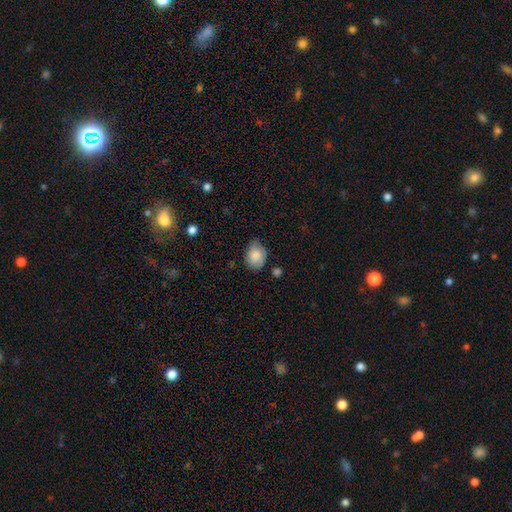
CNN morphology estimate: This is likely a smooth galaxy (79%). How rounded: possibly in between (59%). Merging: likely none (66%).